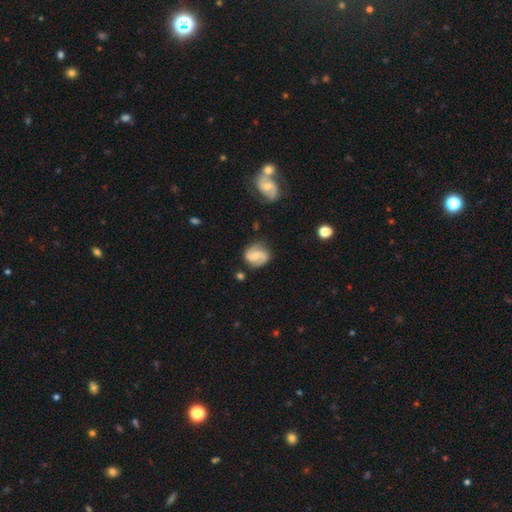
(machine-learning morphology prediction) Smooth or featured: featured or disk — 68% (smooth — 25%)
Edge-on disk: no — 98% (yes — 2%)
Bar: weak — 47% (no — 41%)
Spiral arms: yes — 93% (no — 7%)
Spiral winding: medium — 47% (loose — 29%)
Spiral arm count: 2 — 87% (can't tell — 6%)
Bulge size: small — 47% (moderate — 34%)
Merging: none — 74% (minor disturbance — 18%)